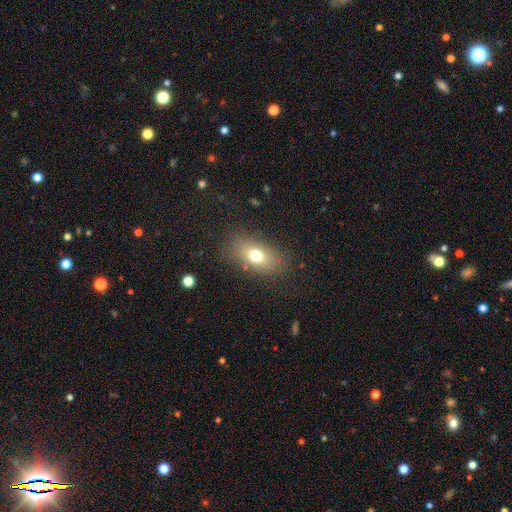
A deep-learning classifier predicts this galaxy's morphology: A smooth galaxy with no disk features (72%) that is in between round and cigar-shaped (83%).

Vote fractions:
- Smooth or featured? smooth: 72% / featured or disk: 17% / star or artifact: 12%
- How rounded? in between: 83% / round: 13% / cigar-shaped: 4%
- Merging? none: 81% / minor disturbance: 12% / major disturbance: 5% / merger: 1%